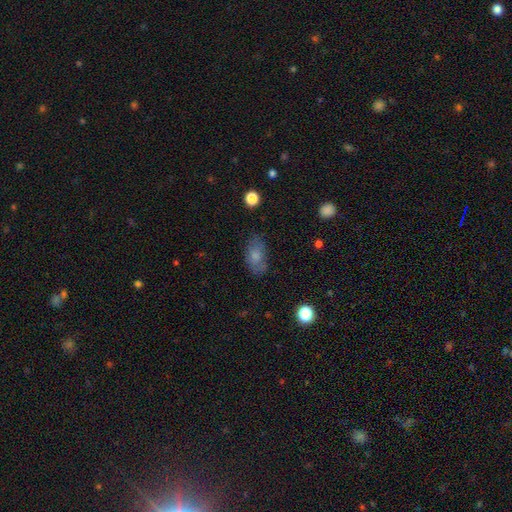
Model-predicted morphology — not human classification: A smooth galaxy with no disk features (73%) that is in between round and cigar-shaped (90%). Merging: none (69%).